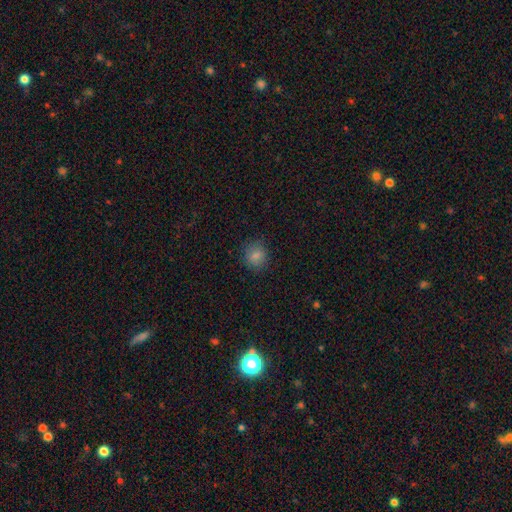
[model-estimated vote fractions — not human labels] Q: Smooth or featured?
A: smooth (84%); runner-up: star or artifact (11%)
Q: How rounded?
A: round (82%); runner-up: in between (17%)
Q: Merging?
A: none (86%); runner-up: minor disturbance (10%)